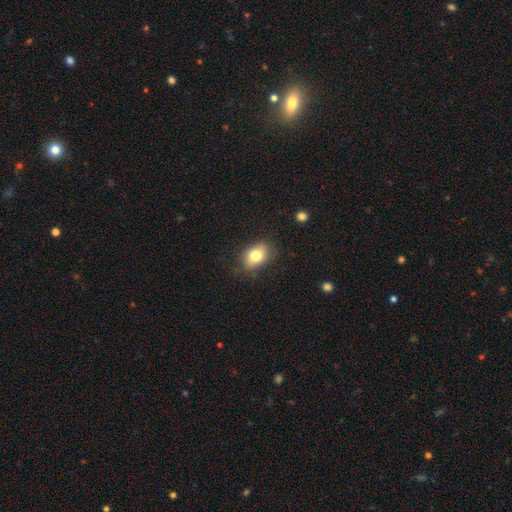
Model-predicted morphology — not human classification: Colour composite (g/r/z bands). It shows a smooth galaxy with no disk features (77%) that is in between round and cigar-shaped (75%). Merging: none (80%).